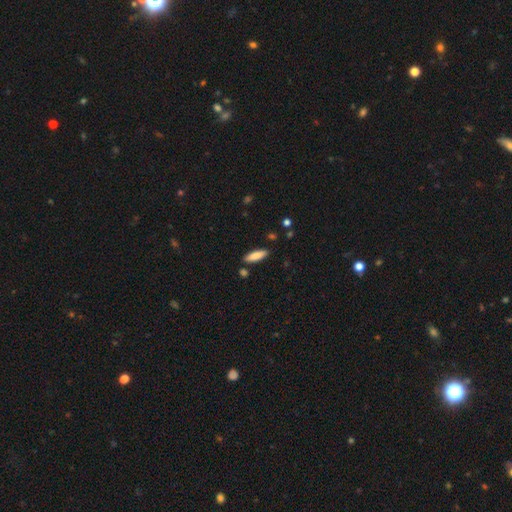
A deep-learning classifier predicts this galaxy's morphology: smooth 84%, featured or disk 10%, star or artifact 6%. Down the decision tree: how rounded — cigar-shaped (52%); merging — none (86%).